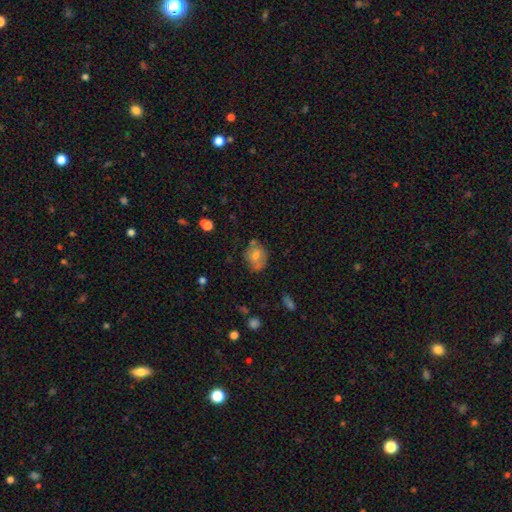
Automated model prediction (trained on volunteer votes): smooth_or_featured: smooth (p=0.63) [alt: featured or disk p=0.24]
how_rounded: round (p=0.55) [alt: in between p=0.44]
merging: none (p=0.67) [alt: minor disturbance p=0.24]